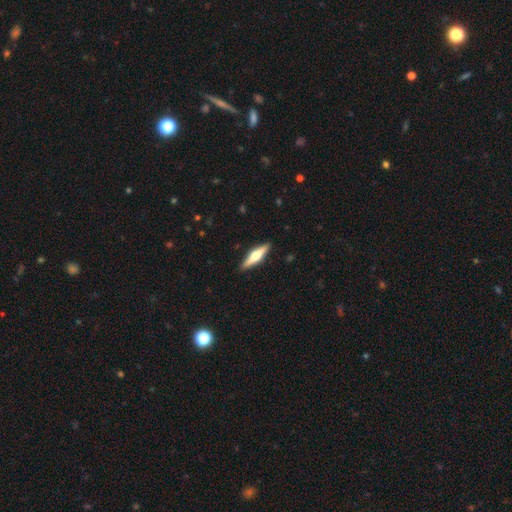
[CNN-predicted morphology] Smooth or featured? featured or disk (62%)
Edge-on disk? yes (97%)
Edge-on bulge? rounded (93%)
Merging? none (91%)